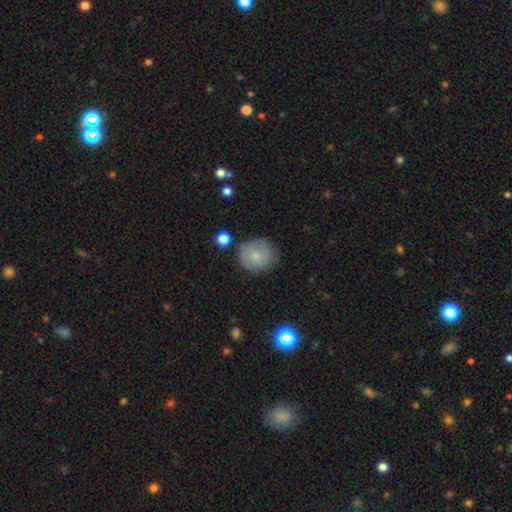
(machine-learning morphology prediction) smooth-or-featured: smooth: 76% | featured or disk: 16% | star or artifact: 8%
  how-rounded: round: 88% | in between: 11% | cigar-shaped: 1%
  merging: none: 77% | minor disturbance: 16% | major disturbance: 4% | merger: 3%